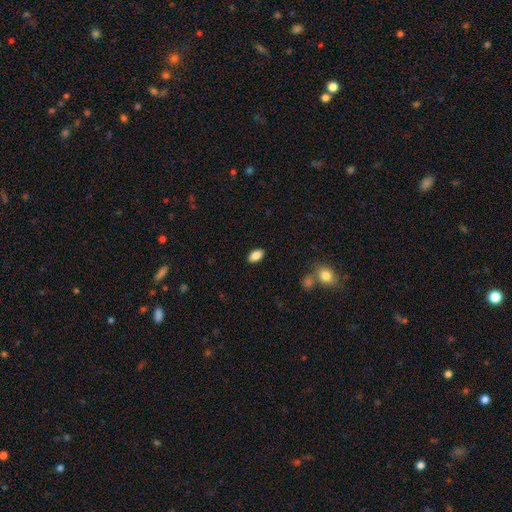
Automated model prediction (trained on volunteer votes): A smooth galaxy with no disk features (87%) that is in between round and cigar-shaped (92%).

Vote fractions:
- Smooth or featured? smooth: 87% / star or artifact: 8% / featured or disk: 6%
- How rounded? in between: 92% / round: 5% / cigar-shaped: 3%
- Merging? none: 89% / minor disturbance: 8% / major disturbance: 2% / merger: 1%